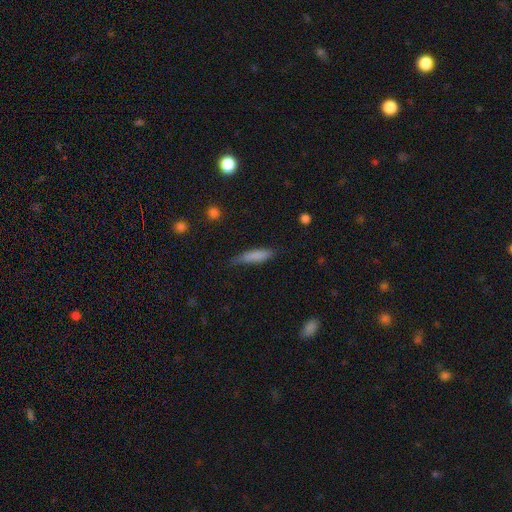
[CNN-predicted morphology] smooth 80%, featured or disk 13%, star or artifact 7%. Down the decision tree: how rounded — cigar-shaped (74%); merging — none (61%).